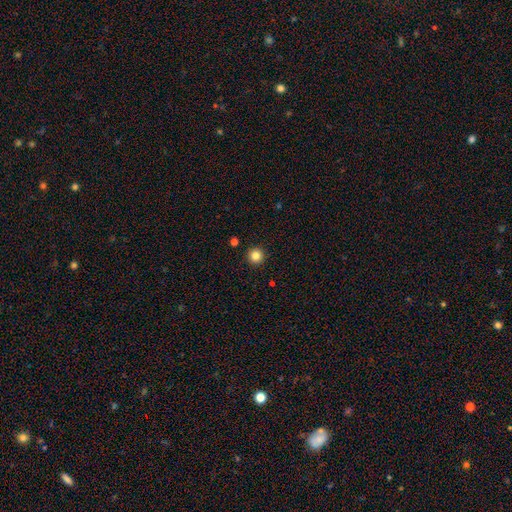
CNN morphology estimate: Smooth or featured? smooth (83%)
How rounded? round (96%)
Merging? none (93%)